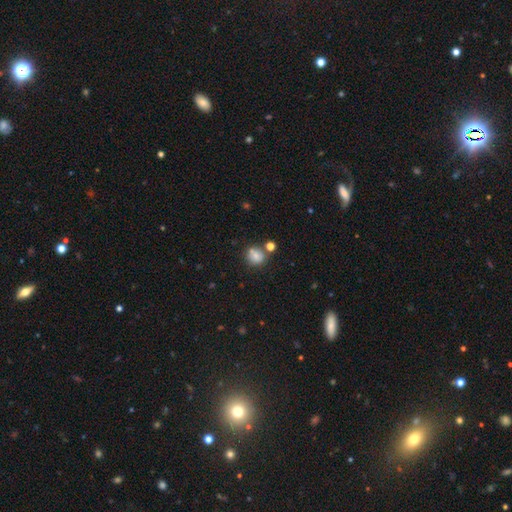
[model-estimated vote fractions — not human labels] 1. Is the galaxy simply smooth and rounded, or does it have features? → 78% smooth, 12% star or artifact, 10% featured or disk.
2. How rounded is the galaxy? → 76% round, 23% in between, 1% cigar-shaped.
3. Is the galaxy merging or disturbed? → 63% none, 16% merger, 16% minor disturbance, 5% major disturbance.